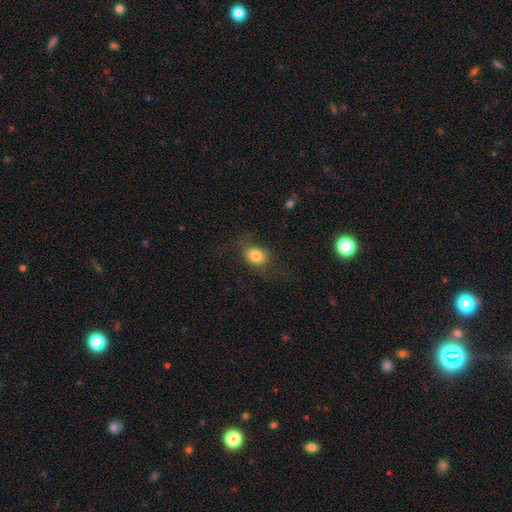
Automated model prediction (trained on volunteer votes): A smooth galaxy with no disk features (78%) that is round (61%).

Vote fractions:
- Smooth or featured? smooth: 78% / featured or disk: 11% / star or artifact: 11%
- How rounded? round: 61% / in between: 37% / cigar-shaped: 1%
- Merging? none: 63% / minor disturbance: 20% / major disturbance: 16% / merger: 2%